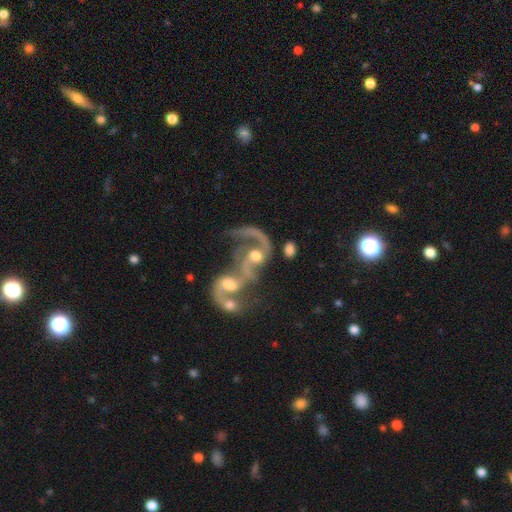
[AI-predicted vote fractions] smooth-or-featured: featured or disk: 78% | smooth: 14% | star or artifact: 8%
  disk-edge-on: no: 97% | yes: 3%
    bar: no: 64% | weak: 28% | strong: 8%
    has-spiral-arms: yes: 86% | no: 14%
      spiral-winding: loose: 57% | medium: 33% | tight: 10%
      spiral-arm-count: 2: 48% | 1: 34% | can't tell: 9% | 3: 5% | 4: 2% | more than 4: 2%
    bulge-size: moderate: 60% | small: 17% | large: 14% | none: 7% | dominant: 2%
  merging: merger: 72% | major disturbance: 13% | none: 10% | minor disturbance: 5%